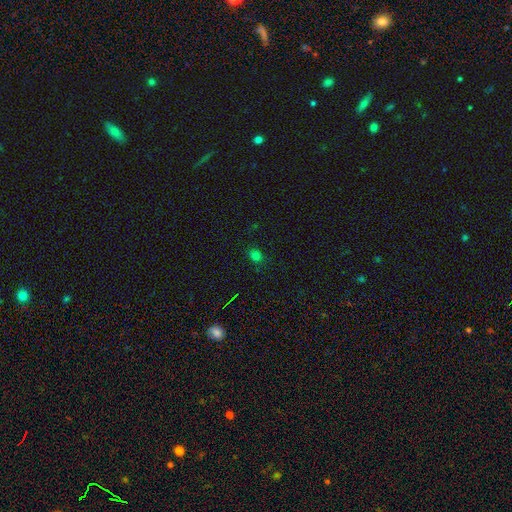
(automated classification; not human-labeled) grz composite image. It shows a smooth galaxy with no disk features (74%) that is round (66%). Merging: none (84%).